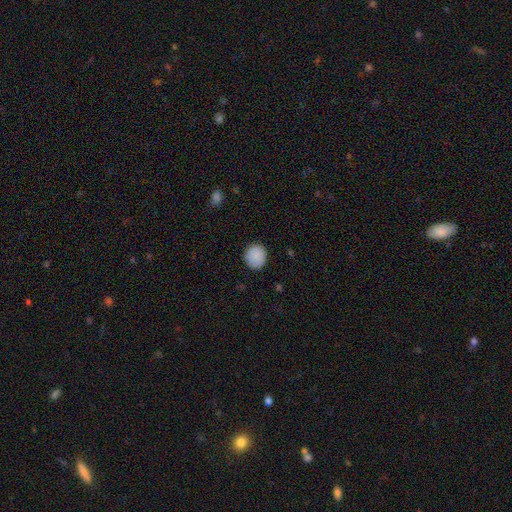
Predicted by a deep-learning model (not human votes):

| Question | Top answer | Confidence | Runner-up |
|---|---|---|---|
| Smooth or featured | smooth | 89% | star or artifact (8%) |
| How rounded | round | 82% | in between (17%) |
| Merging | none | 88% | minor disturbance (9%) |